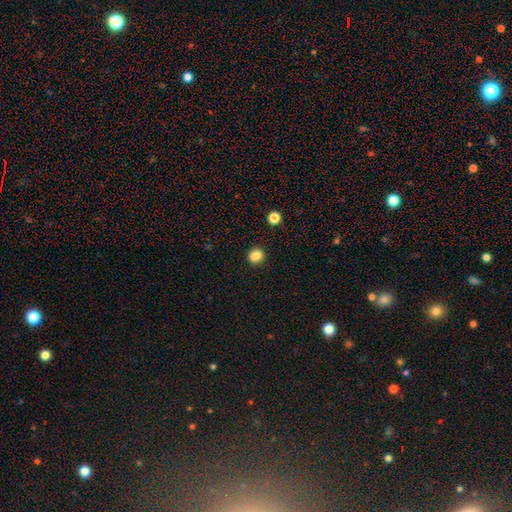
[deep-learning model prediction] smooth 84%, star or artifact 11%, featured or disk 5%. Down the decision tree: how rounded — round (62%); merging — none (79%).